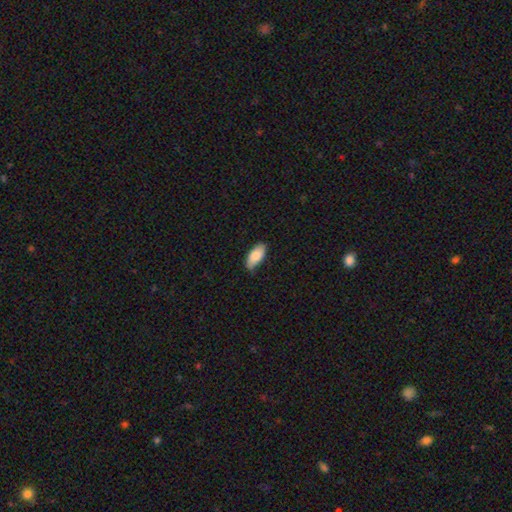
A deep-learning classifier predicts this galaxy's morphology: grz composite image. It shows a smooth galaxy with no disk features (84%) that is in between round and cigar-shaped (90%). Merging: none (78%).